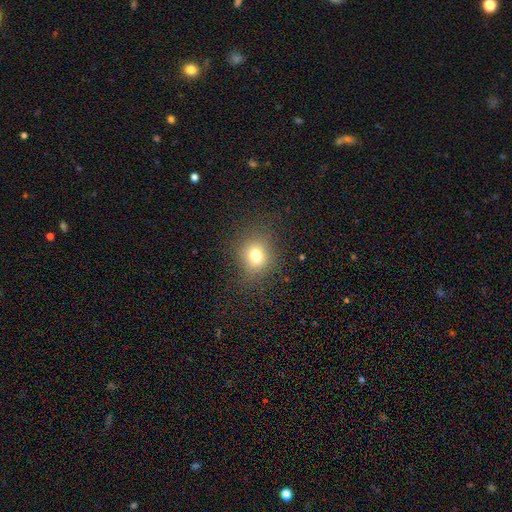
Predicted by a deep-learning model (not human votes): Q: Smooth or featured?
A: smooth (73%); runner-up: star or artifact (16%)
Q: How rounded?
A: round (77%); runner-up: in between (21%)
Q: Merging?
A: none (81%); runner-up: minor disturbance (12%)